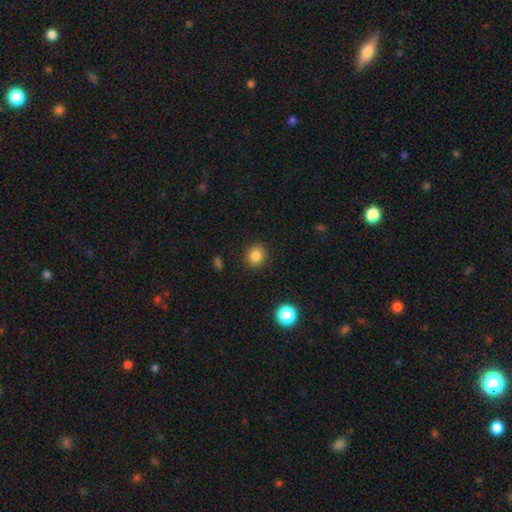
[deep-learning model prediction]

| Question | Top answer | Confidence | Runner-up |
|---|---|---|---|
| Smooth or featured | smooth | 84% | star or artifact (11%) |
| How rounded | round | 79% | in between (20%) |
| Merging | none | 90% | minor disturbance (7%) |